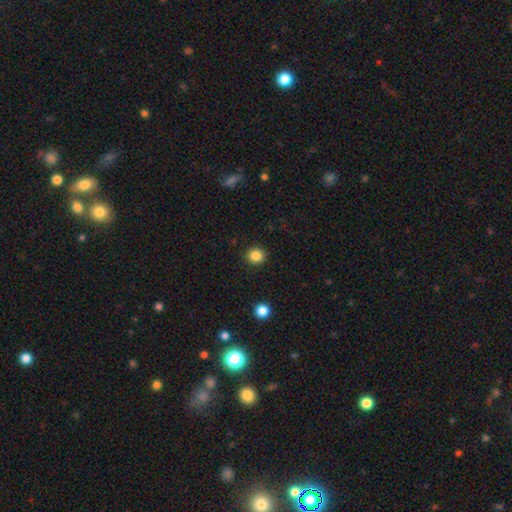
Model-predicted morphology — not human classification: Smooth or featured: smooth — 85% (star or artifact — 11%)
How rounded: round — 88% (in between — 11%)
Merging: none — 91% (minor disturbance — 6%)